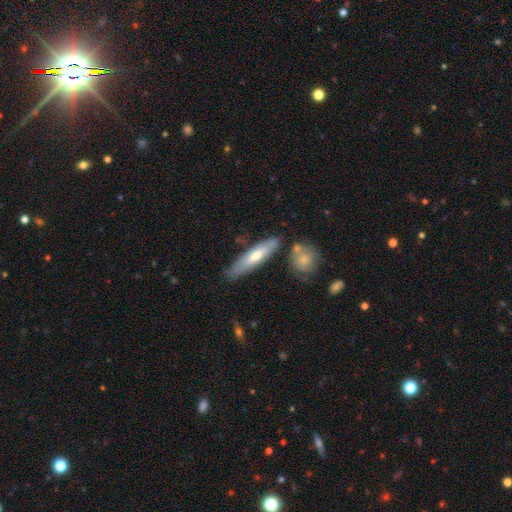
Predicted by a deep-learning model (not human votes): smooth 57%, featured or disk 38%, star or artifact 6%. Down the decision tree: how rounded — cigar-shaped (74%); merging — none (76%).